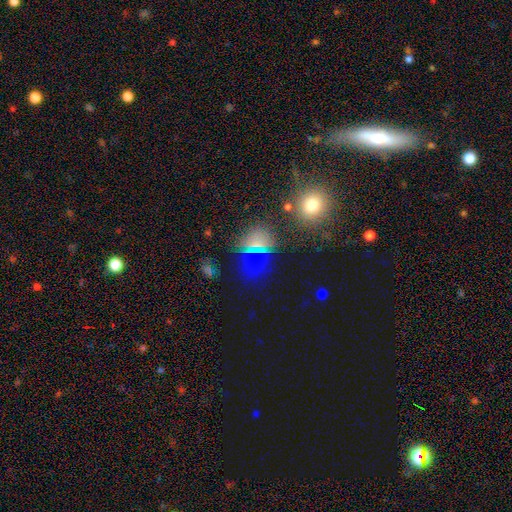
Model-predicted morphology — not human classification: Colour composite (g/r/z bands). It shows a star or artifact, not a galaxy (48%).